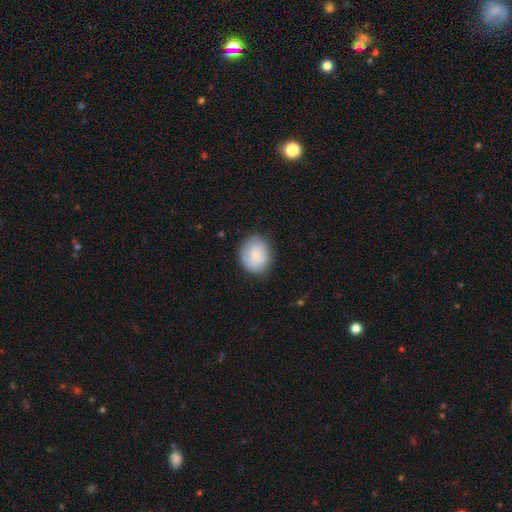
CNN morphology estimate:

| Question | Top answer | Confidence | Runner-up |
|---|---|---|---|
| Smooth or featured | smooth | 78% | featured or disk (15%) |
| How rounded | round | 64% | in between (35%) |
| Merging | none | 79% | minor disturbance (16%) |